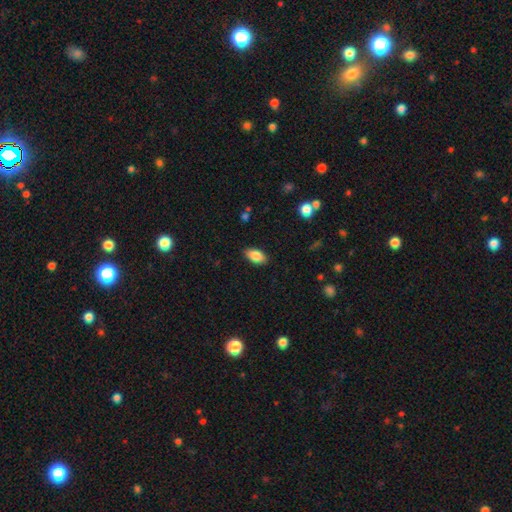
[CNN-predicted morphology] Smooth or featured: smooth — 86% (star or artifact — 7%)
How rounded: in between — 92% (round — 5%)
Merging: none — 87% (minor disturbance — 10%)